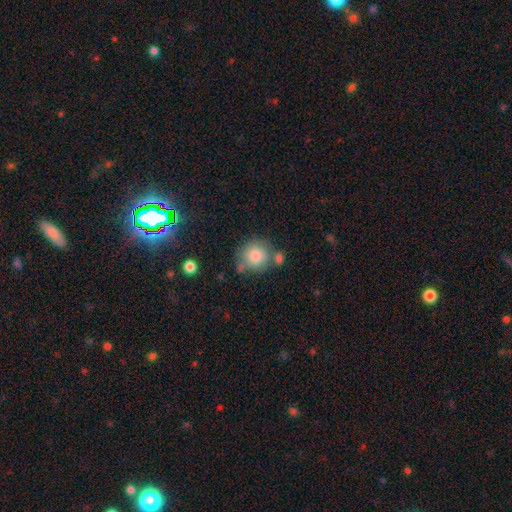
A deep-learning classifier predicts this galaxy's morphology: This appears to be a smooth galaxy with no disk features (82%) that is round (87%). Merging: none (58%).